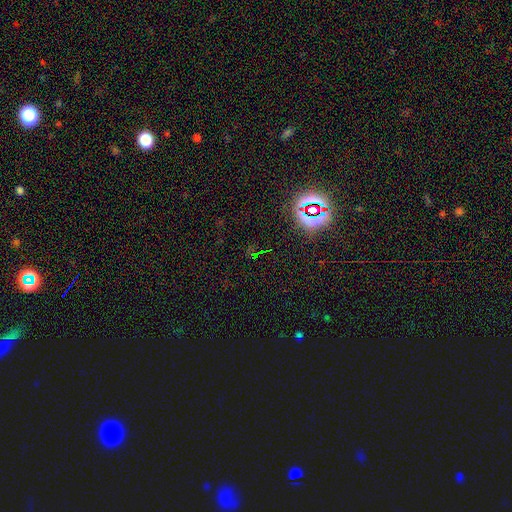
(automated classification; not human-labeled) Smooth or featured? star or artifact (77%)